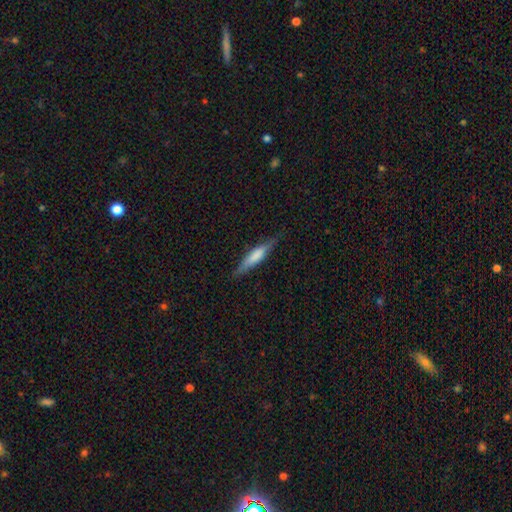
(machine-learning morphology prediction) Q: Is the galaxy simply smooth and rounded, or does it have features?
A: smooth — 60%.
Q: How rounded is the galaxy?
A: cigar-shaped — 82%.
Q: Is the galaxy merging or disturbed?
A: none — 82%.